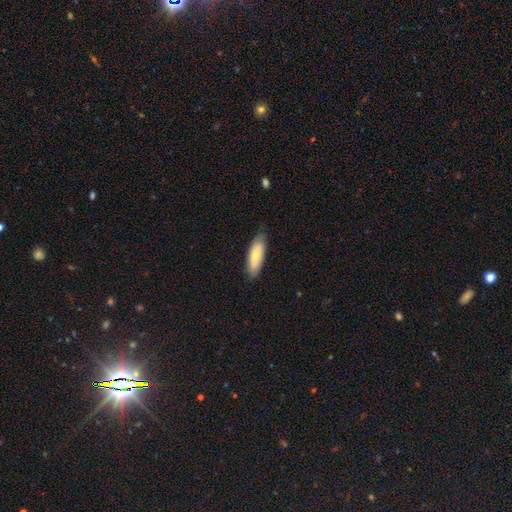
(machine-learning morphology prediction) Q: Smooth or featured?
A: smooth (66%); runner-up: featured or disk (28%)
Q: How rounded?
A: in between (66%); runner-up: cigar-shaped (32%)
Q: Merging?
A: none (79%); runner-up: minor disturbance (17%)